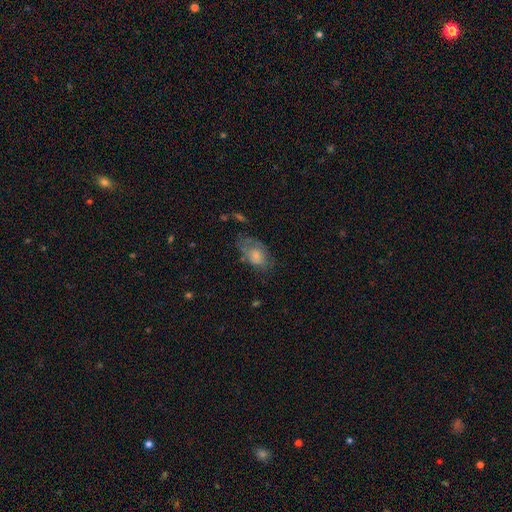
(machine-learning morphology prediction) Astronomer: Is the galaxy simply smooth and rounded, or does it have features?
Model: smooth — 61%.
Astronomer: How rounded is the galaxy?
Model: in between — 89%.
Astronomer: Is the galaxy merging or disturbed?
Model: none — 39% (runner-up: minor disturbance, 30%).